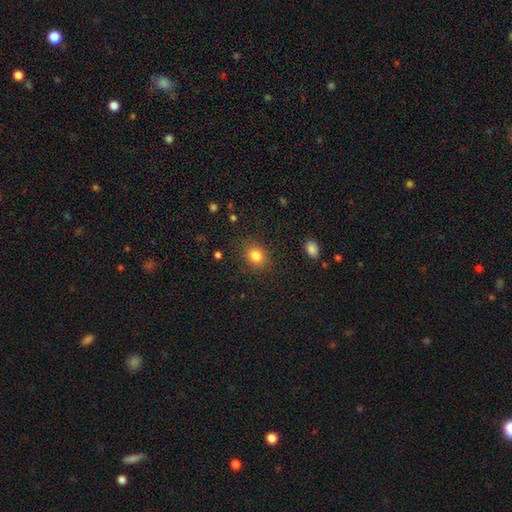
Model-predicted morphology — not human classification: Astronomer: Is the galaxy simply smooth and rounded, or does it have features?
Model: smooth — 83%.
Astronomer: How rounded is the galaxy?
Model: round — 53% (runner-up: in between, 46%).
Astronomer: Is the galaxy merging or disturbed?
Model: none — 84%.